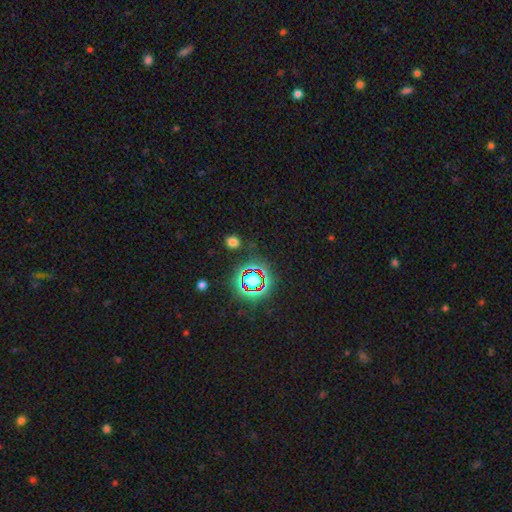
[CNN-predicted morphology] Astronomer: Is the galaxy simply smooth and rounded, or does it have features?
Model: star or artifact — 78%.